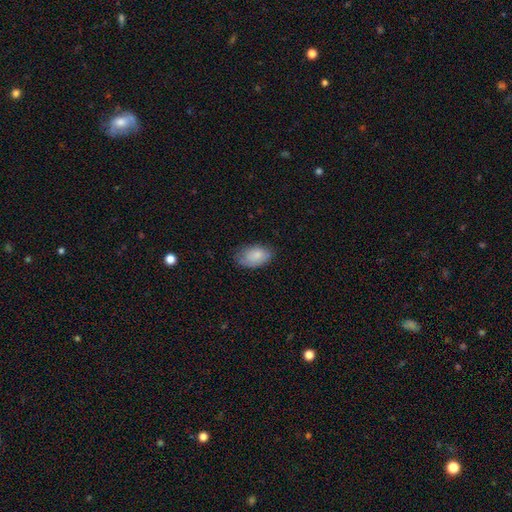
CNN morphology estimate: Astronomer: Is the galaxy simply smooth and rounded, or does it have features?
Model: smooth — 84%.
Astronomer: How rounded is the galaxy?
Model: in between — 92%.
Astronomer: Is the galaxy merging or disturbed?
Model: none — 69%.